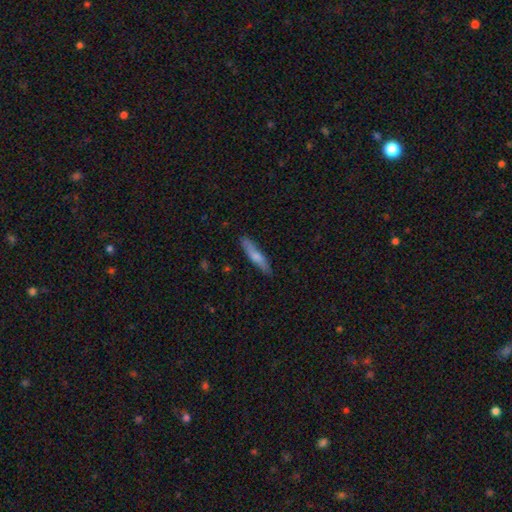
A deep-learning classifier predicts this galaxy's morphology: smooth_or_featured: smooth (p=0.67) [alt: featured or disk p=0.27]
how_rounded: cigar-shaped (p=0.85) [alt: in between p=0.13]
merging: none (p=0.85) [alt: minor disturbance p=0.12]